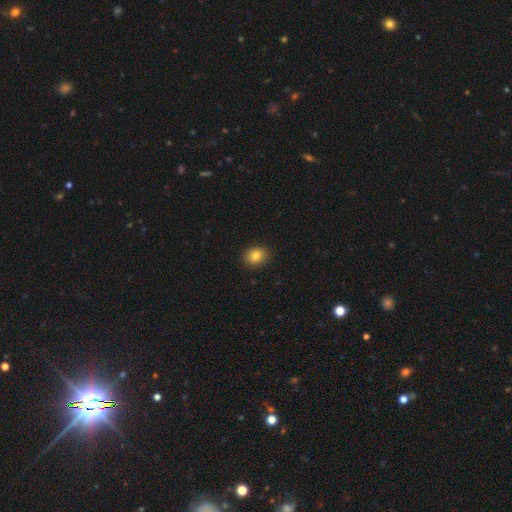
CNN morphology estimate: Overall: smooth (82%). How rounded: round (65%; in between 34%). Merging: none (91%).